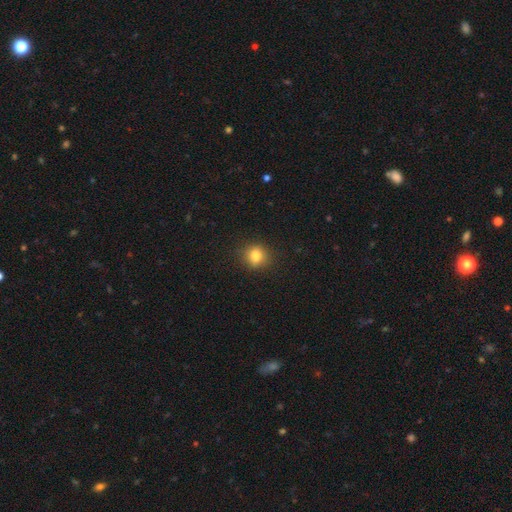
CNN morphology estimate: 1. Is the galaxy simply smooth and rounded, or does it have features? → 82% smooth, 12% star or artifact, 7% featured or disk.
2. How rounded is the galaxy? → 75% round, 23% in between, 1% cigar-shaped.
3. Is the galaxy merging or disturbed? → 85% none, 11% minor disturbance, 3% major disturbance, 1% merger.